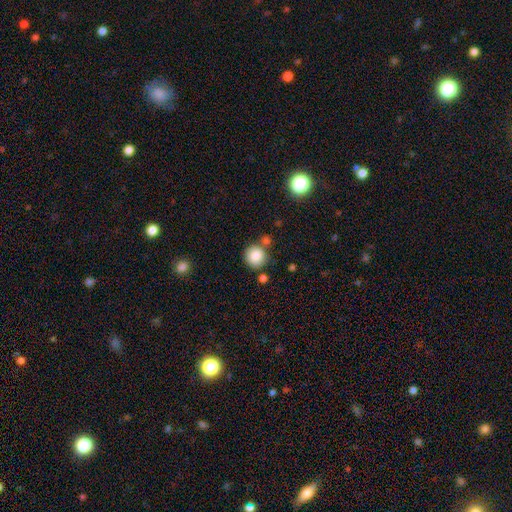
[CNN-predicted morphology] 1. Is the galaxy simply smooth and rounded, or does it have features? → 85% smooth, 9% star or artifact, 6% featured or disk.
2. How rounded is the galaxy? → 91% round, 8% in between, 1% cigar-shaped.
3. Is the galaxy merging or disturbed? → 72% none, 13% merger, 11% minor disturbance, 3% major disturbance.